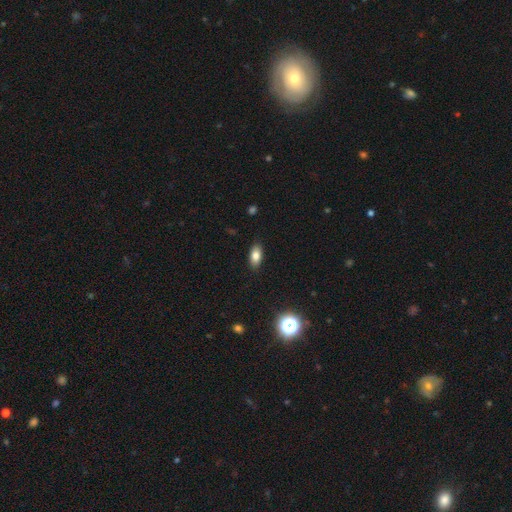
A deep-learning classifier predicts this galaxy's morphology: A smooth galaxy with no disk features (81%) that is in between round and cigar-shaped (88%). Merging: none (88%).